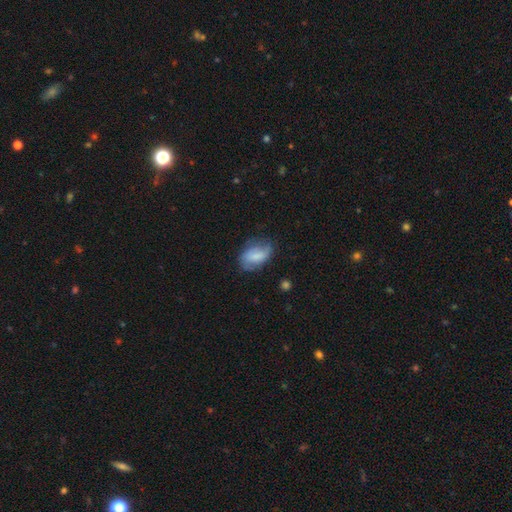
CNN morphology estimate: Smooth or featured? Predicted: smooth (p=0.66). How rounded? Predicted: in between (p=0.88). Merging? Predicted: none (p=0.54).